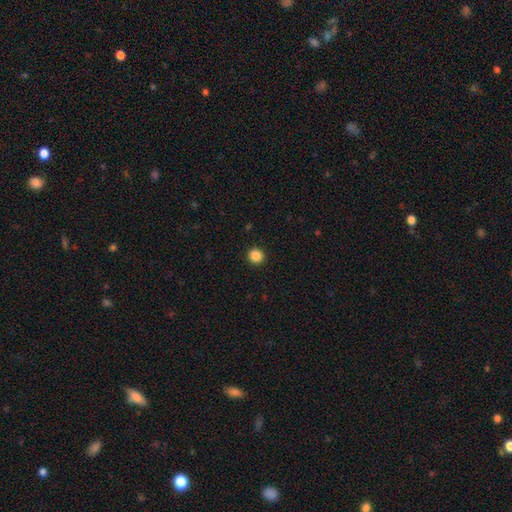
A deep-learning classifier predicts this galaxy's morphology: smooth_or_featured: smooth (p=0.86) [alt: star or artifact p=0.11]
how_rounded: round (p=0.93) [alt: in between p=0.07]
merging: none (p=0.93) [alt: minor disturbance p=0.04]